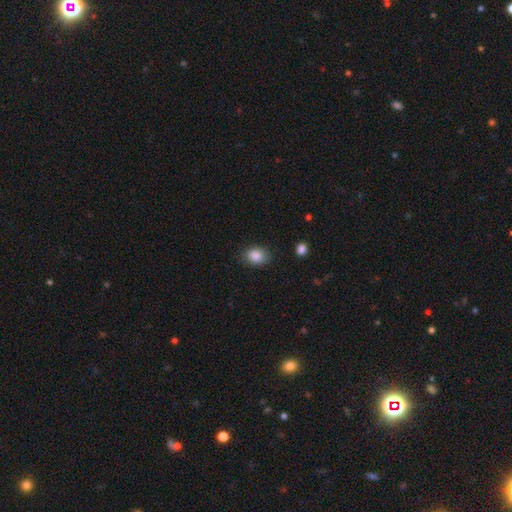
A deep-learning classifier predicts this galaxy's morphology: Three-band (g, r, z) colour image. It shows a smooth galaxy with no disk features (88%) that is in between round and cigar-shaped (64%). Merging: none (82%).